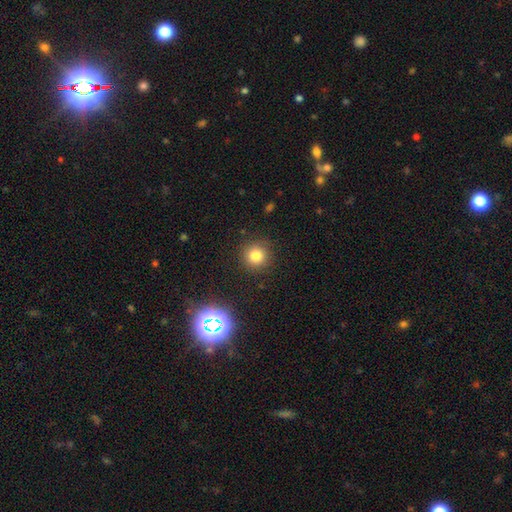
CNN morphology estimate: A smooth galaxy with no disk features (79%) that is round (93%).

Vote fractions:
- Smooth or featured? smooth: 79% / star or artifact: 15% / featured or disk: 7%
- How rounded? round: 93% / in between: 6% / cigar-shaped: 1%
- Merging? none: 88% / minor disturbance: 7% / major disturbance: 3% / merger: 2%